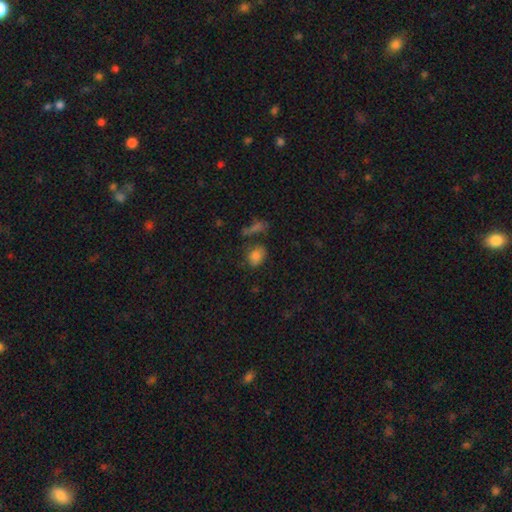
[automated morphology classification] smooth_or_featured: smooth (p=0.79) [alt: star or artifact p=0.13]
how_rounded: in between (p=0.71) [alt: round p=0.27]
merging: none (p=0.59) [alt: minor disturbance p=0.20]